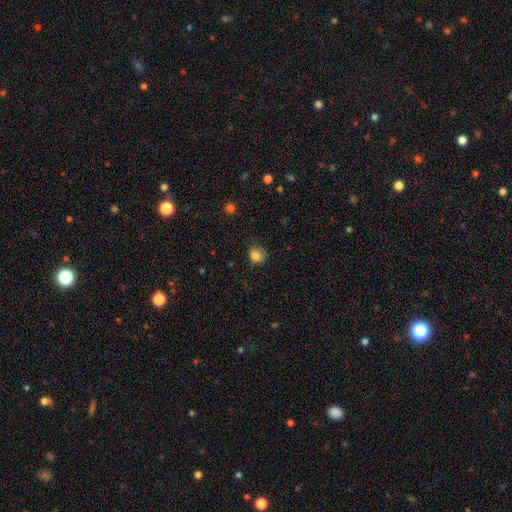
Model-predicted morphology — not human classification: Overall: smooth (84%). How rounded: round (69%; in between 30%). Merging: none (66%).